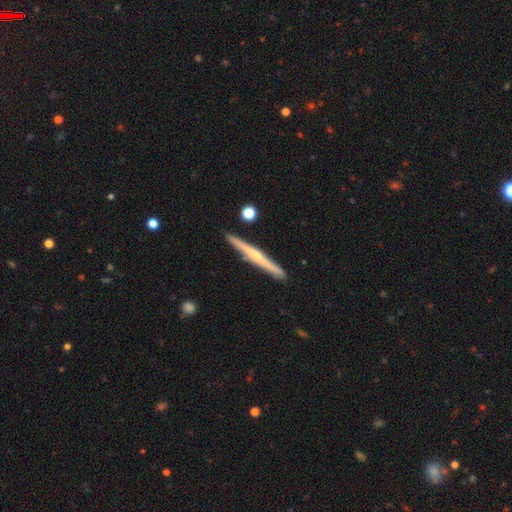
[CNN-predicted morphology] Q: Smooth or featured?
A: featured or disk (69%); runner-up: smooth (26%)
Q: Edge-on disk?
A: yes (98%); runner-up: no (2%)
Q: Edge-on bulge?
A: rounded (64%); runner-up: none (28%)
Q: Merging?
A: none (90%); runner-up: minor disturbance (7%)